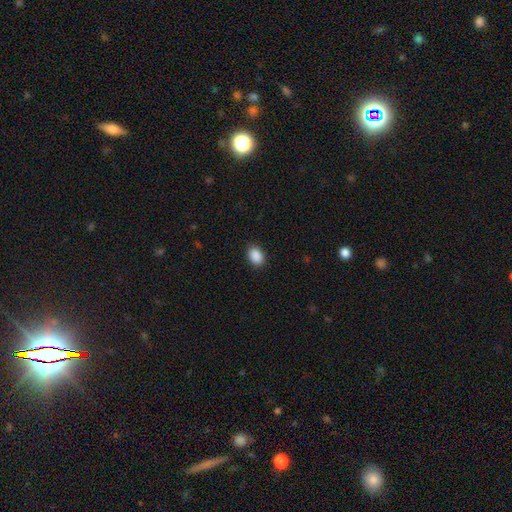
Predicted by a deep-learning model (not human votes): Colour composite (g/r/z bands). It shows a smooth galaxy with no disk features (90%) that is in between round and cigar-shaped (79%). Merging: none (88%).